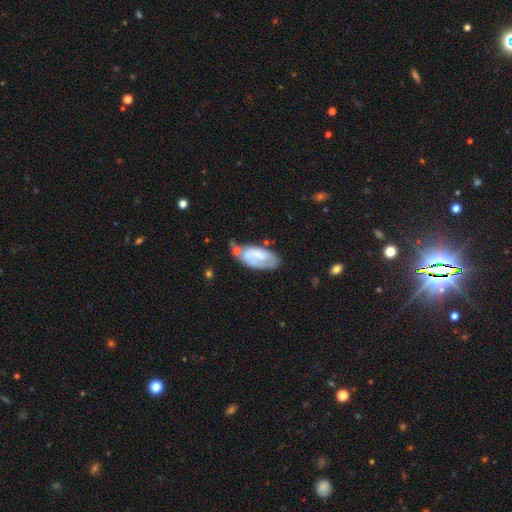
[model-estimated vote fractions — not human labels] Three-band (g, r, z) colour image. It shows a smooth galaxy with no disk features (54%) that is in between round and cigar-shaped (92%). Merging: none (46%).